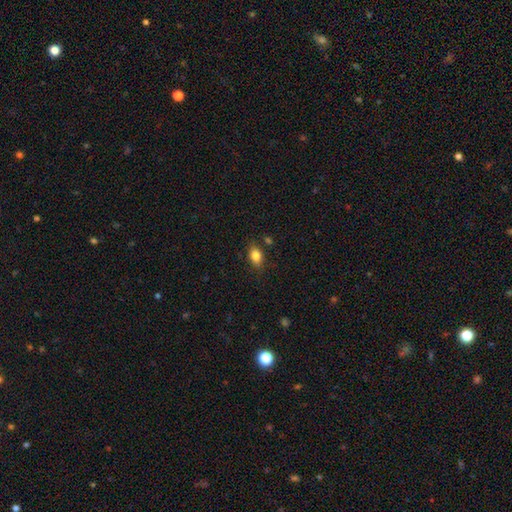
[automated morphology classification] Smooth or featured?
  - smooth: 83% *
  - star or artifact: 9%
  - featured or disk: 8%
How rounded?
  - in between: 81% *
  - round: 16%
  - cigar-shaped: 2%
Merging?
  - none: 80% *
  - minor disturbance: 13%
  - merger: 3%
  - major disturbance: 3%